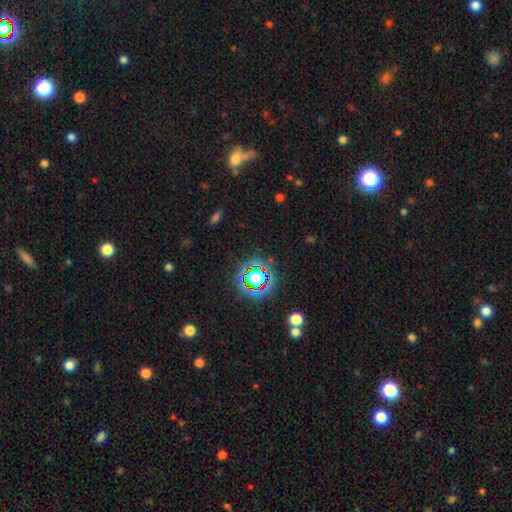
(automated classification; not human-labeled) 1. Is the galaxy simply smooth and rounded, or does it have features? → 72% star or artifact, 18% smooth, 10% featured or disk.